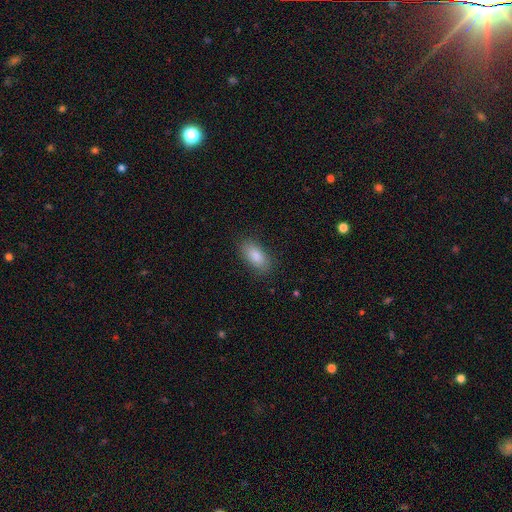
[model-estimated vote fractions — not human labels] The model was most divided on "merging": none: 86%, minor disturbance: 10%, major disturbance: 3%, merger: 1%. More confident: how rounded — in between (89%); smooth or featured — smooth (85%).